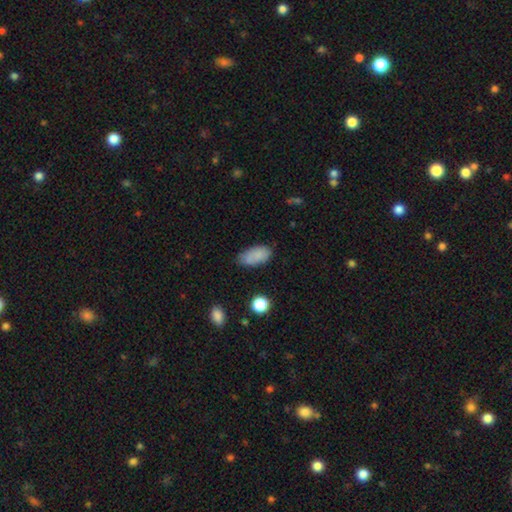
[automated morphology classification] A smooth galaxy with no disk features (85%) that is in between round and cigar-shaped (92%).

Vote fractions:
- Smooth or featured? smooth: 85% / star or artifact: 8% / featured or disk: 7%
- How rounded? in between: 92% / cigar-shaped: 5% / round: 3%
- Merging? none: 76% / minor disturbance: 18% / major disturbance: 4% / merger: 2%